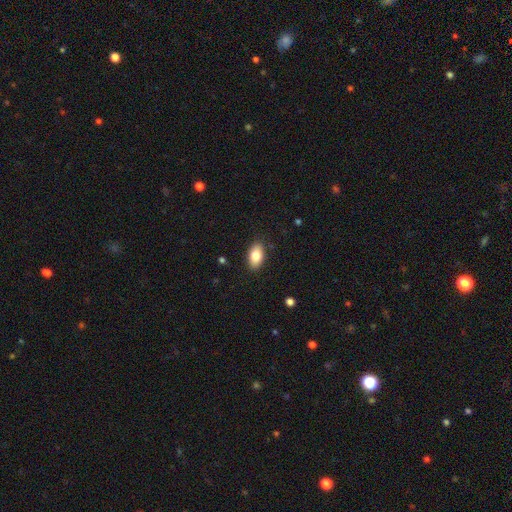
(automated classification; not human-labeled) A smooth galaxy with no disk features (82%) that is in between round and cigar-shaped (91%). Merging: none (87%).